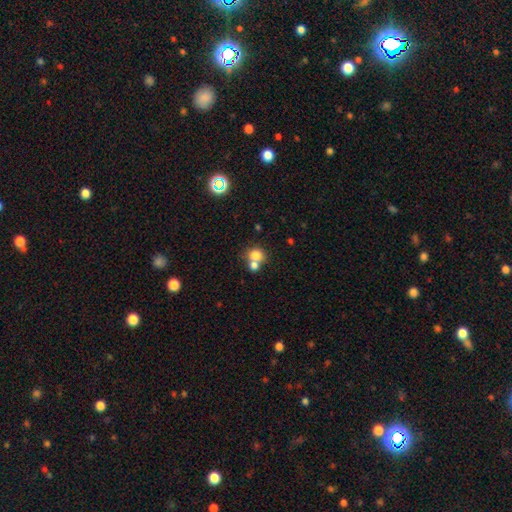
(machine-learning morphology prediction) Q: Smooth or featured?
A: smooth (76%); runner-up: star or artifact (12%)
Q: How rounded?
A: round (77%); runner-up: in between (22%)
Q: Merging?
A: merger (50%); runner-up: none (40%)